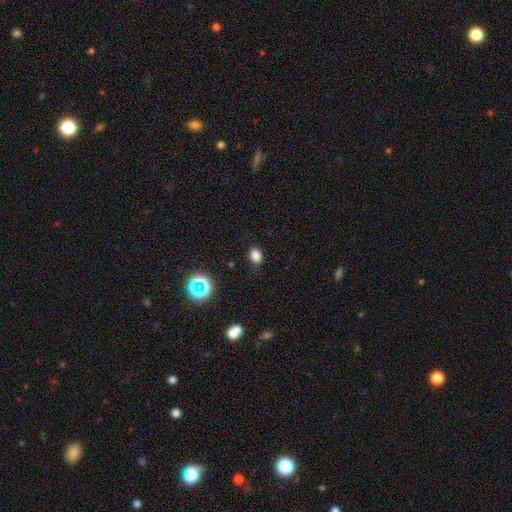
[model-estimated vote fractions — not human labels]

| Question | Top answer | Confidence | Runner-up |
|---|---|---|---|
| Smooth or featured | smooth | 79% | star or artifact (15%) |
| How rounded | in between | 69% | round (30%) |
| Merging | none | 75% | minor disturbance (19%) |